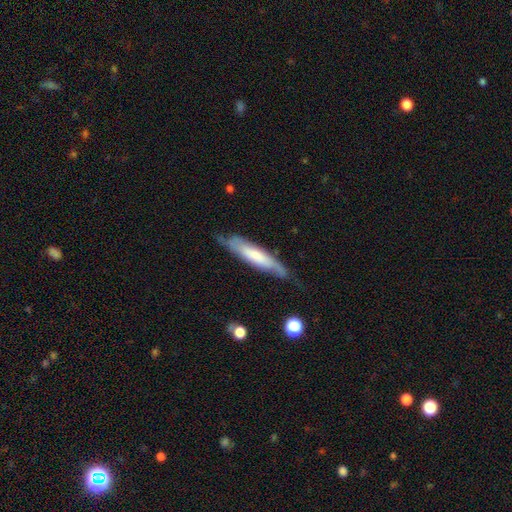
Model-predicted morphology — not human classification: Q: Smooth or featured?
A: smooth (49%); runner-up: featured or disk (45%)
Q: Merging?
A: none (64%); runner-up: minor disturbance (26%)